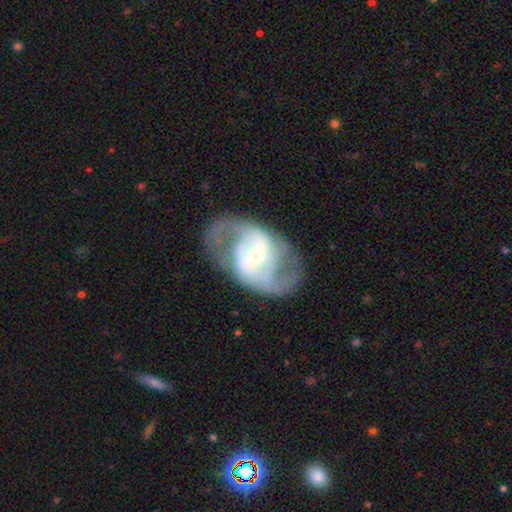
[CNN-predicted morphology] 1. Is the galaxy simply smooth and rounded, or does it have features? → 84% featured or disk, 11% smooth, 5% star or artifact.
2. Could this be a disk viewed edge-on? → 96% no, 4% yes.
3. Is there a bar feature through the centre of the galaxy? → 40% weak, 32% strong, 27% no.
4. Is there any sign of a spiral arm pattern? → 84% yes, 16% no.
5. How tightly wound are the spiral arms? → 51% medium, 28% loose, 22% tight.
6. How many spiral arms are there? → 85% 2, 8% can't tell, 2% 1, 2% 3, 1% 4, 1% more than 4.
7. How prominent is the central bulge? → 53% moderate, 40% small, 5% large, 1% dominant, 1% none.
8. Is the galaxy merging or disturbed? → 70% none, 15% minor disturbance, 13% major disturbance, 2% merger.